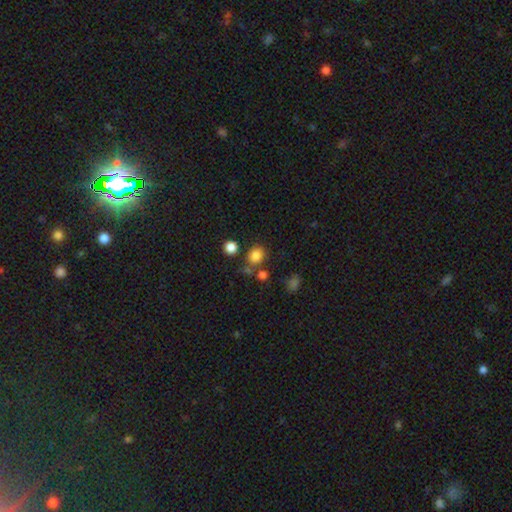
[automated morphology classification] smooth 82%, star or artifact 13%, featured or disk 5%. Down the decision tree: how rounded — round (68%); merging — none (73%).